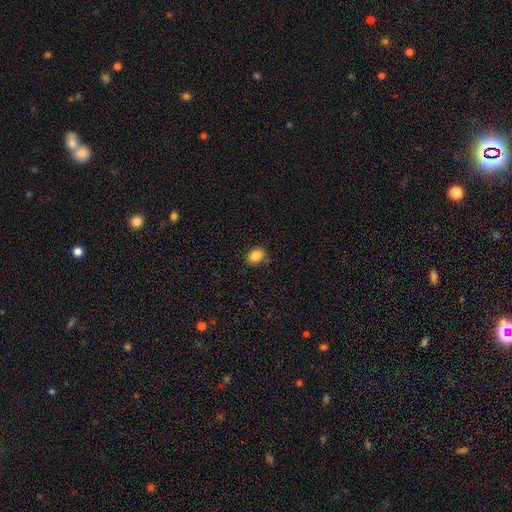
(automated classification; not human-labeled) A smooth galaxy with no disk features (86%) that is in between round and cigar-shaped (62%). Merging: none (79%).